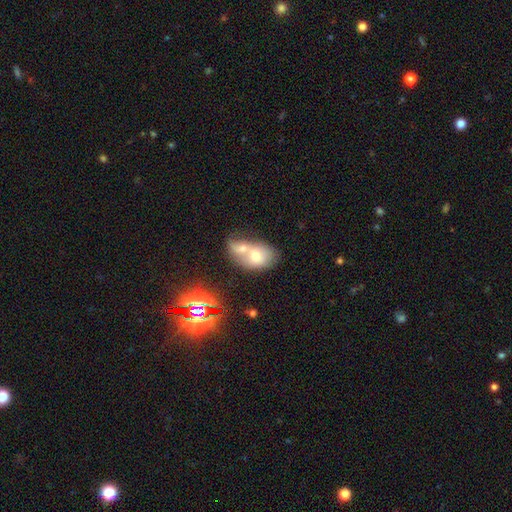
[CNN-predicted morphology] Smooth or featured?
  - smooth: 62% *
  - featured or disk: 26%
  - star or artifact: 12%
How rounded?
  - in between: 70% *
  - round: 28%
  - cigar-shaped: 2%
Merging?
  - merger: 73% *
  - none: 16%
  - minor disturbance: 7%
  - major disturbance: 4%